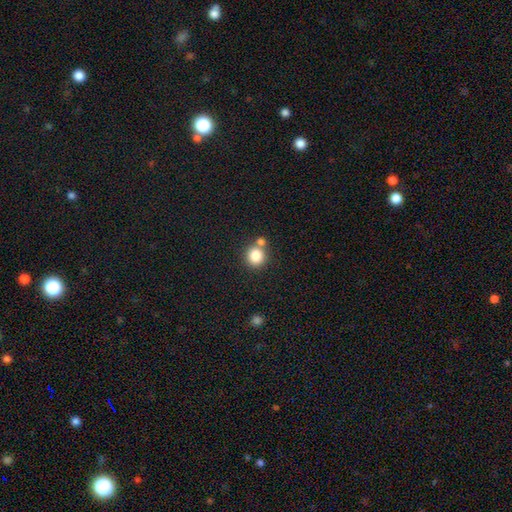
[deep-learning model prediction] Q: Smooth or featured?
A: smooth (83%); runner-up: star or artifact (11%)
Q: How rounded?
A: round (88%); runner-up: in between (11%)
Q: Merging?
A: none (66%); runner-up: merger (23%)